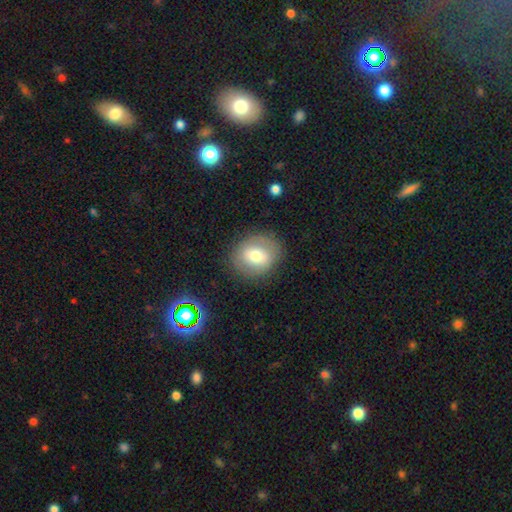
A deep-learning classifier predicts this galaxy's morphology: smooth 62%, featured or disk 29%, star or artifact 9%. Down the decision tree: how rounded — round (68%); merging — none (82%).